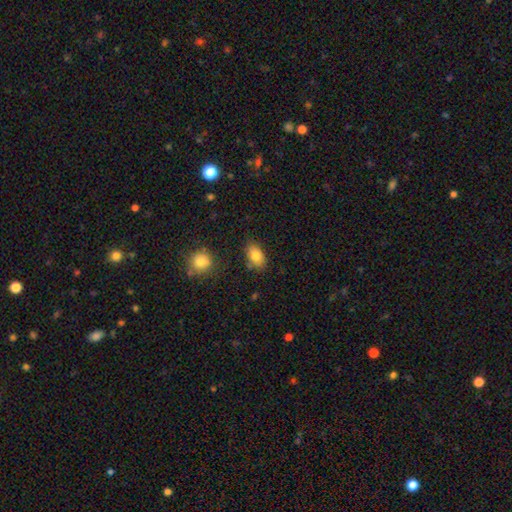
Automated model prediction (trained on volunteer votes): smooth-or-featured: smooth: 83% | featured or disk: 9% | star or artifact: 8%
  how-rounded: in between: 88% | round: 10% | cigar-shaped: 2%
  merging: none: 76% | minor disturbance: 16% | merger: 4% | major disturbance: 4%